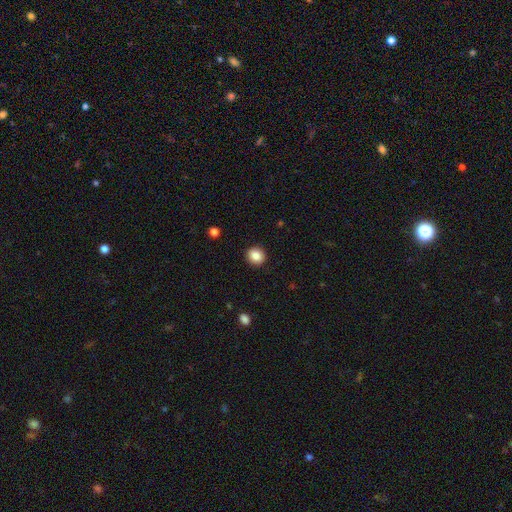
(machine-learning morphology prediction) smooth_or_featured: smooth (p=0.86) [alt: star or artifact p=0.10]
how_rounded: round (p=0.84) [alt: in between p=0.15]
merging: none (p=0.92) [alt: minor disturbance p=0.05]